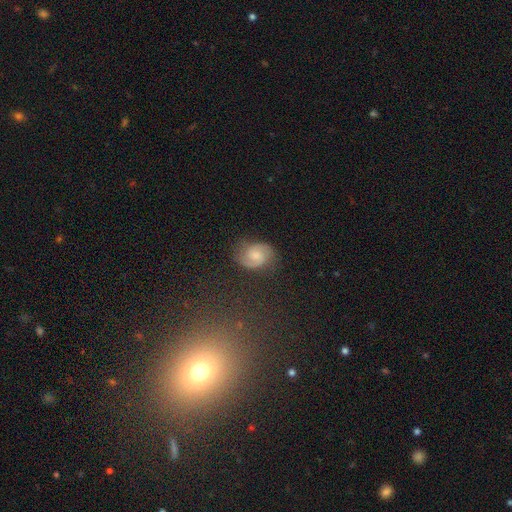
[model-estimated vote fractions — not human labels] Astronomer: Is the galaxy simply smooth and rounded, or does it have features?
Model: featured or disk — 72%.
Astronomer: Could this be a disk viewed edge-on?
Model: no — 98%.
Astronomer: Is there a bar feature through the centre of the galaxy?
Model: no — 52% (runner-up: weak, 42%).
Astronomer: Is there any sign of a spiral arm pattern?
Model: yes — 96%.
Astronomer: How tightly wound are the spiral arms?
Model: medium — 53% (runner-up: tight, 28%).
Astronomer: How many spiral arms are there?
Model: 2 — 90%.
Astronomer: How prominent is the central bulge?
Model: moderate — 41% (runner-up: small, 32%).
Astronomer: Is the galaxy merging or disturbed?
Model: none — 76%.